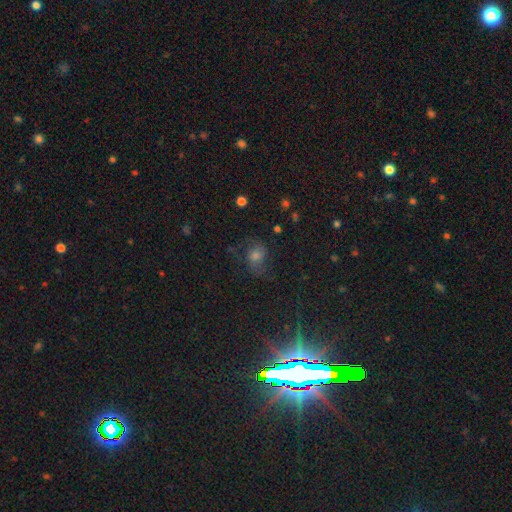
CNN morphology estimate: Smooth or featured? Predicted: smooth (p=0.36). Merging? Predicted: none (p=0.62).